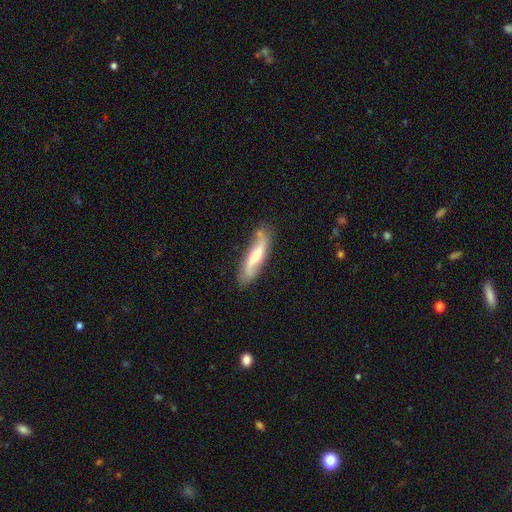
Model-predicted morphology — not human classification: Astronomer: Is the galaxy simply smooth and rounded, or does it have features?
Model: featured or disk — 58% (runner-up: smooth, 36%).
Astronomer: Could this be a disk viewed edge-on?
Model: no — 72%.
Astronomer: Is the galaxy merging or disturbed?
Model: none — 71%.